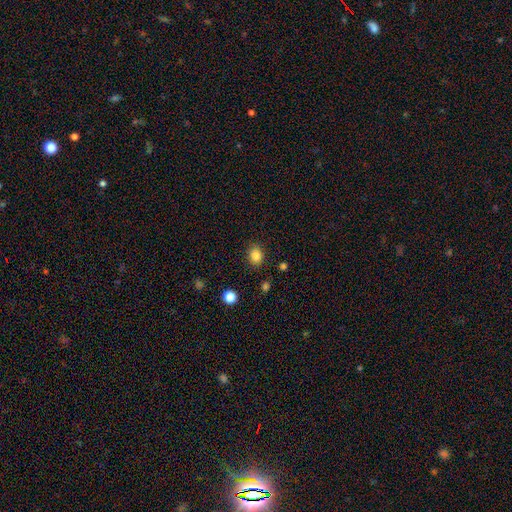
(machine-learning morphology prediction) smooth_or_featured: smooth (p=0.84) [alt: star or artifact p=0.11]
how_rounded: round (p=0.54) [alt: in between p=0.45]
merging: none (p=0.86) [alt: minor disturbance p=0.10]